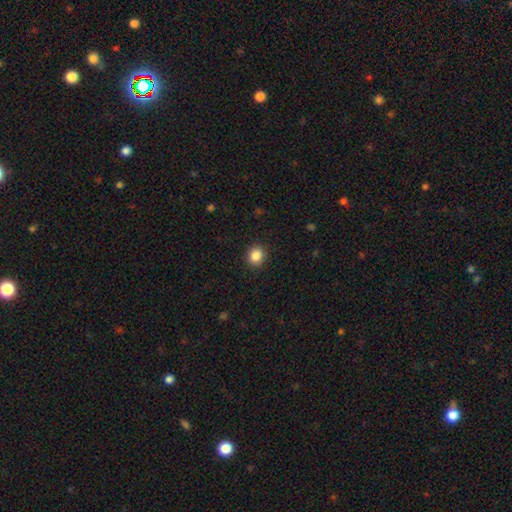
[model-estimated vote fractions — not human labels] Smooth or featured?
  - smooth: 86% *
  - star or artifact: 10%
  - featured or disk: 4%
How rounded?
  - round: 77% *
  - in between: 22%
  - cigar-shaped: 1%
Merging?
  - none: 91% *
  - minor disturbance: 6%
  - major disturbance: 2%
  - merger: 1%